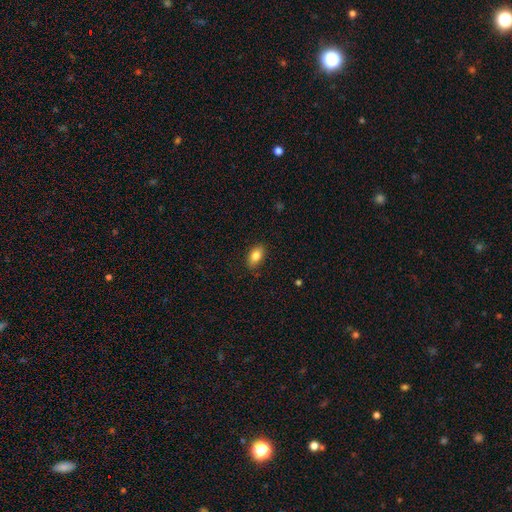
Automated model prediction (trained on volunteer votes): A smooth galaxy with no disk features (84%) that is in between round and cigar-shaped (89%).

Vote fractions:
- Smooth or featured? smooth: 84% / featured or disk: 8% / star or artifact: 8%
- How rounded? in between: 89% / round: 8% / cigar-shaped: 3%
- Merging? none: 85% / minor disturbance: 12% / major disturbance: 2% / merger: 1%